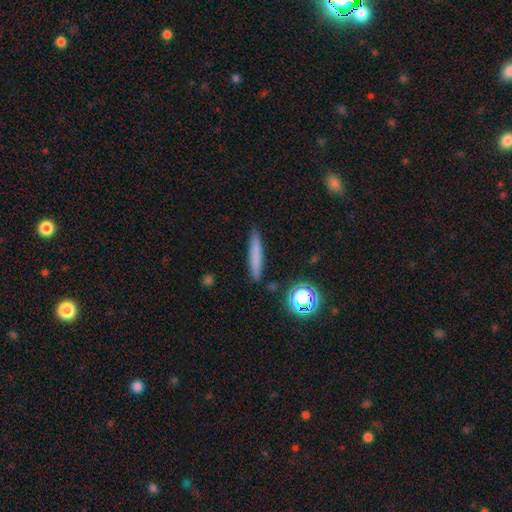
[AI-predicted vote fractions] A smooth galaxy with no disk features (69%) that is cigar-shaped (92%). Merging: none (87%).